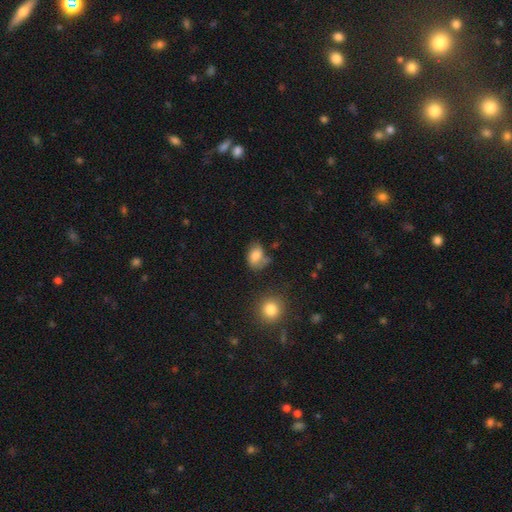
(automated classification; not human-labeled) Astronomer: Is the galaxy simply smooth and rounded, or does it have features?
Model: smooth — 79%.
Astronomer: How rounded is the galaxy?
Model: in between — 78%.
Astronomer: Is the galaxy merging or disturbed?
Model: none — 49% (runner-up: minor disturbance, 30%).